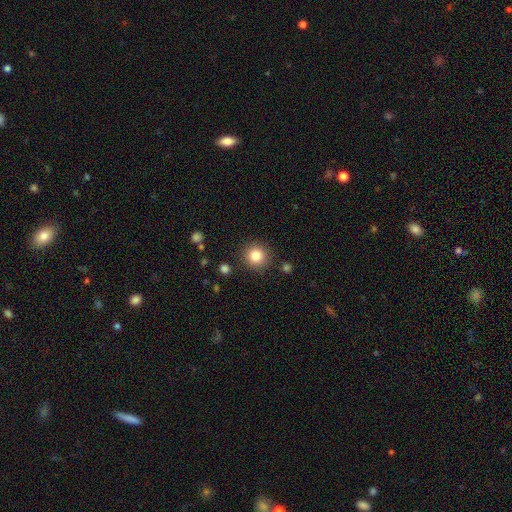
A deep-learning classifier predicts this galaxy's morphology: The model was most divided on "smooth or featured": smooth: 83%, star or artifact: 11%, featured or disk: 6%. More confident: how rounded — round (94%); merging — none (88%).